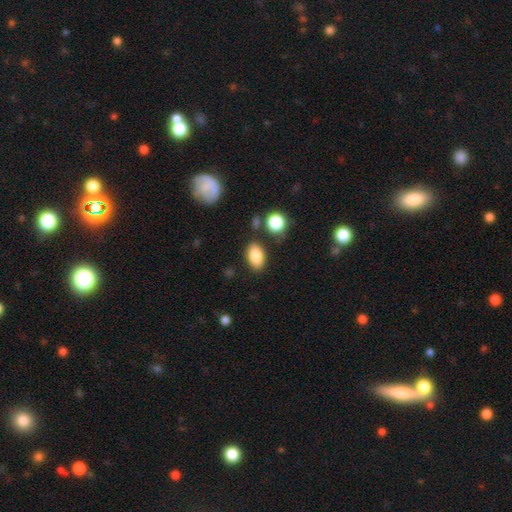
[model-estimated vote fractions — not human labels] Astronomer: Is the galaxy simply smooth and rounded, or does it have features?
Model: smooth — 84%.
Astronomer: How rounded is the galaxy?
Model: in between — 90%.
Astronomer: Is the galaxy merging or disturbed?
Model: none — 81%.